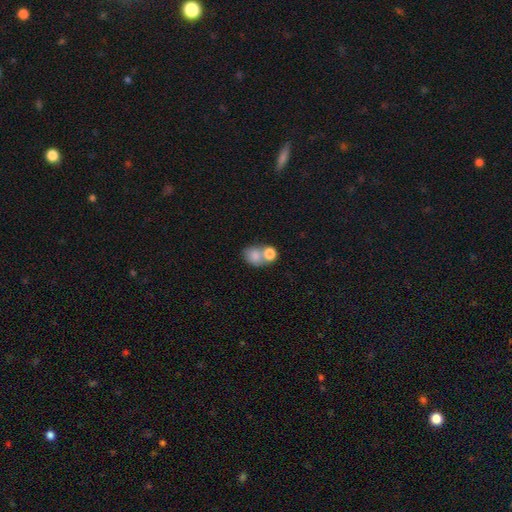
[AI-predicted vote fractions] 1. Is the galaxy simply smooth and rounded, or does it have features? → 79% smooth, 12% featured or disk, 9% star or artifact.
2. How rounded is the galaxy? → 50% round, 48% in between, 1% cigar-shaped.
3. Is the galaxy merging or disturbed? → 61% merger, 26% none, 8% minor disturbance, 5% major disturbance.